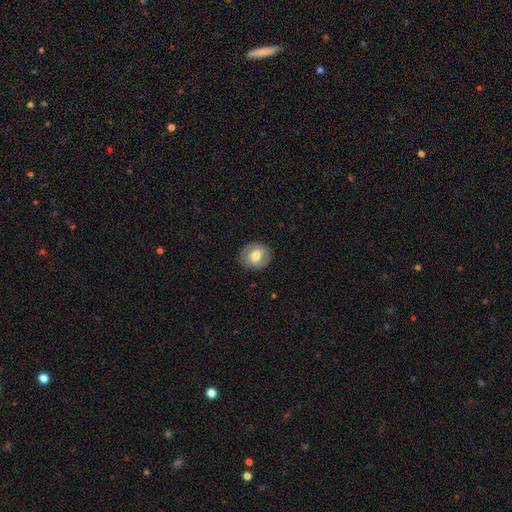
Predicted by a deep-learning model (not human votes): Overall: smooth (59%; featured or disk 33%). How rounded: round (70%). Merging: none (85%).